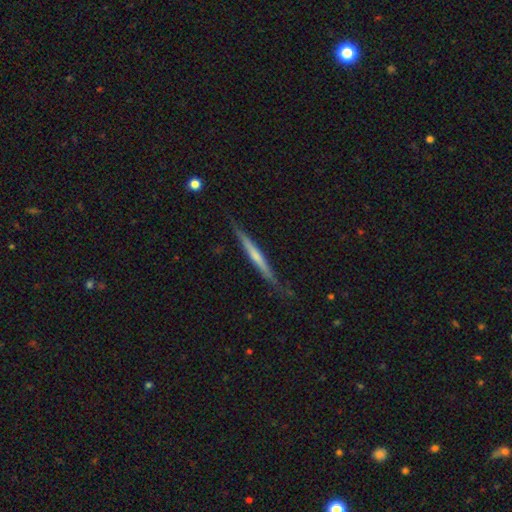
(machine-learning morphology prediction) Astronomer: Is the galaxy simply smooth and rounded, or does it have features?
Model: featured or disk — 54% (runner-up: smooth, 41%).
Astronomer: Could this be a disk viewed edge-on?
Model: yes — 97%.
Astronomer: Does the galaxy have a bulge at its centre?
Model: none — 66%.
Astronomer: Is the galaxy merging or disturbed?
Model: none — 81%.